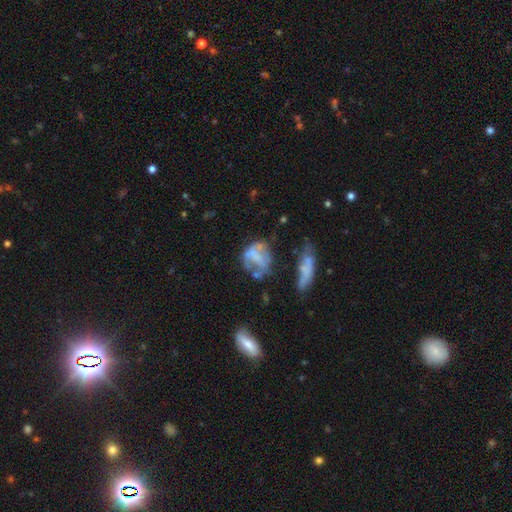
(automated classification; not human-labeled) Q: Smooth or featured?
A: featured or disk (50%); runner-up: smooth (39%)
Q: Merging?
A: none (36%); runner-up: major disturbance (26%)